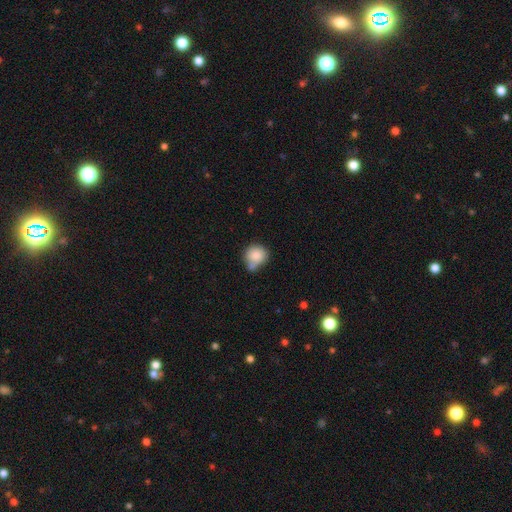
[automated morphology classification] smooth 84%, star or artifact 9%, featured or disk 7%. Down the decision tree: how rounded — round (85%); merging — none (48%).